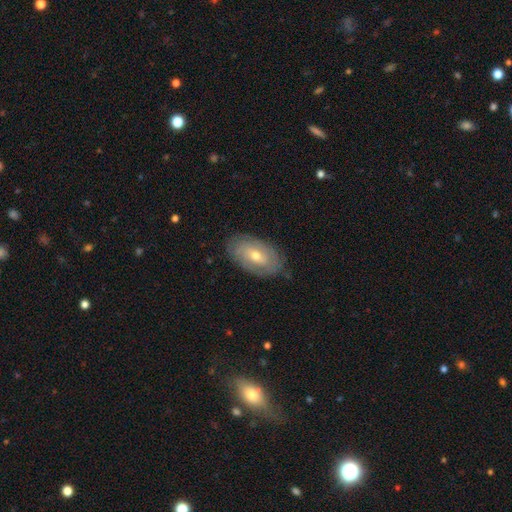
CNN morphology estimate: Smooth or featured?
  - featured or disk: 57% *
  - smooth: 36%
  - star or artifact: 7%
Edge-on disk?
  - no: 91% *
  - yes: 9%
Bar?
  - no: 66% *
  - weak: 27%
  - strong: 7%
Spiral arms?
  - yes: 63% *
  - no: 37%
Bulge size?
  - moderate: 56% *
  - small: 40%
  - large: 2%
  - none: 1%
  - dominant: 1%
Merging?
  - none: 81% *
  - minor disturbance: 15%
  - major disturbance: 4%
  - merger: 1%